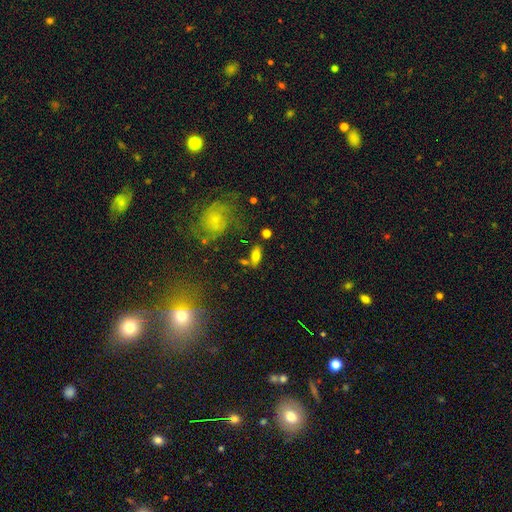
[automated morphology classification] Smooth or featured? smooth (66%)
How rounded? in between (80%)
Merging? none (70%)